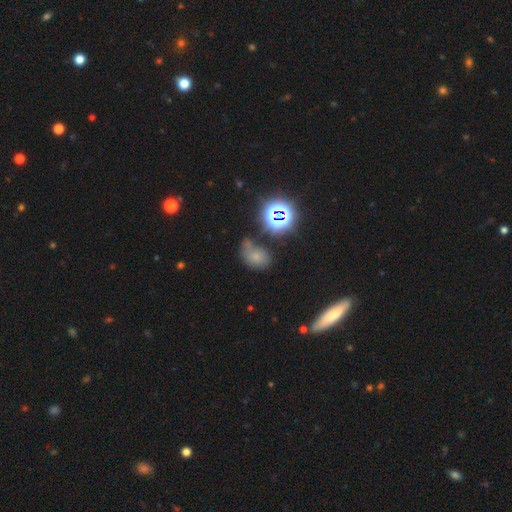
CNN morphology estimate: smooth-or-featured: smooth: 55% | star or artifact: 31% | featured or disk: 15%
  how-rounded: in between: 69% | round: 29% | cigar-shaped: 2%
  merging: none: 45% | minor disturbance: 23% | merger: 21% | major disturbance: 12%